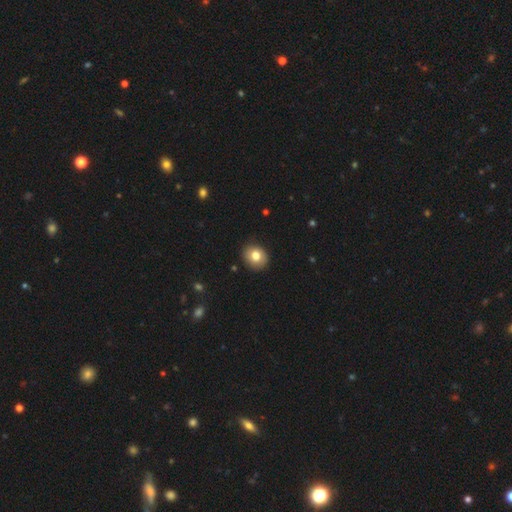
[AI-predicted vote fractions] A smooth galaxy with no disk features (80%) that is round (72%).

Vote fractions:
- Smooth or featured? smooth: 80% / featured or disk: 11% / star or artifact: 9%
- How rounded? round: 72% / in between: 27% / cigar-shaped: 1%
- Merging? none: 88% / minor disturbance: 9% / major disturbance: 2% / merger: 1%